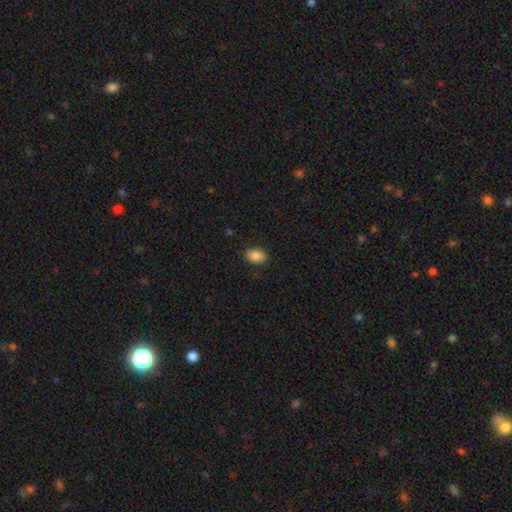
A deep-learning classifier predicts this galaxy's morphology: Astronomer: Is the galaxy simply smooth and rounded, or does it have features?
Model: smooth — 87%.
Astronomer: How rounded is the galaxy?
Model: in between — 82%.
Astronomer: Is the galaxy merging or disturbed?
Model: none — 88%.